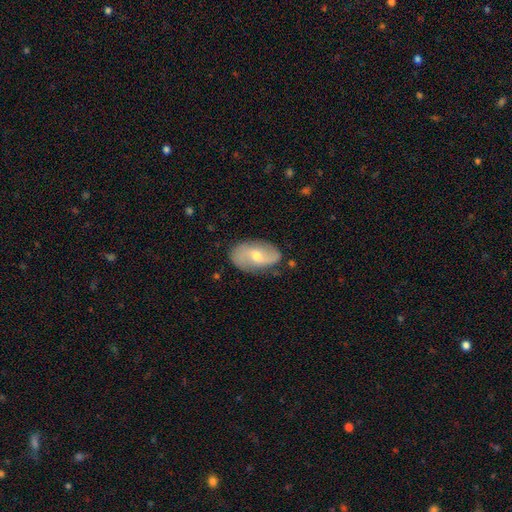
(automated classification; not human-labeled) A featured or disk galaxy (65%) with no bar (46%), 2 (84%) loose (51%) spiral arms (85%) and a moderate central bulge (60%). Merging: none (77%).